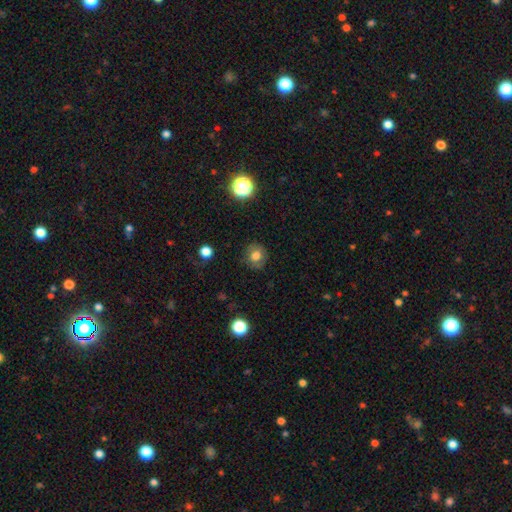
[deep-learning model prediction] Smooth or featured? smooth (72%)
How rounded? round (80%)
Merging? none (82%)